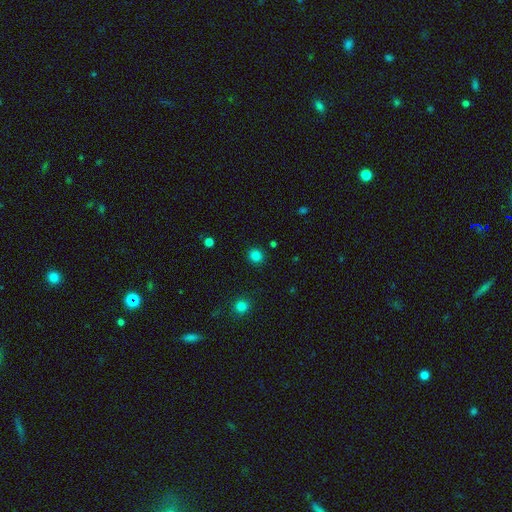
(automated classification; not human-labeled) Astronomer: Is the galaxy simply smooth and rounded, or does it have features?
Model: smooth — 83%.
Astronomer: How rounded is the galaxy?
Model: round — 89%.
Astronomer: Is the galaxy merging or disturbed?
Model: none — 90%.